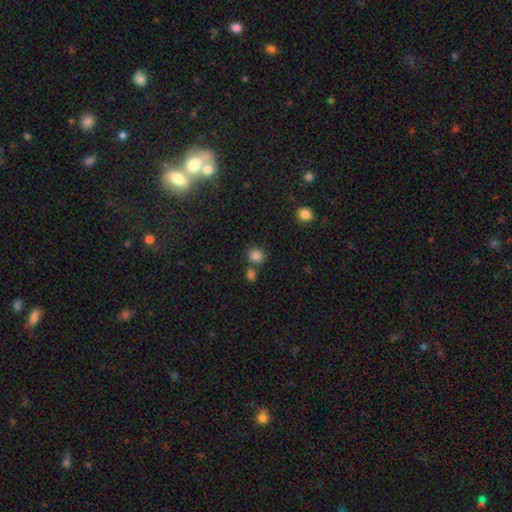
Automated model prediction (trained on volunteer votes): smooth_or_featured: smooth (p=0.84) [alt: star or artifact p=0.12]
how_rounded: round (p=0.75) [alt: in between p=0.24]
merging: none (p=0.66) [alt: merger p=0.21]